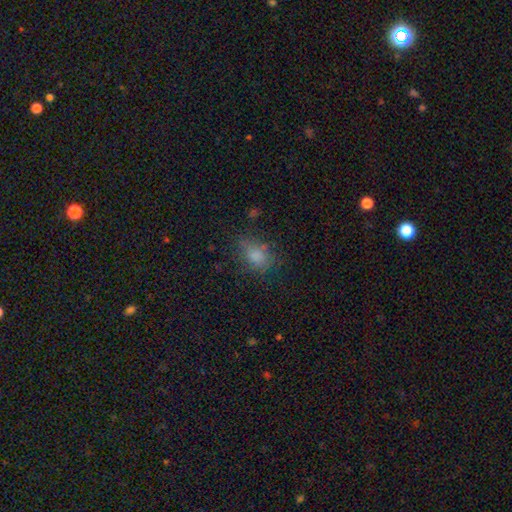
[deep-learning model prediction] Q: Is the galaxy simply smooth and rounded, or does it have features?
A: smooth — 74%.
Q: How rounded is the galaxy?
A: in between — 64%.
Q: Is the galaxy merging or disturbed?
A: none — 68%.